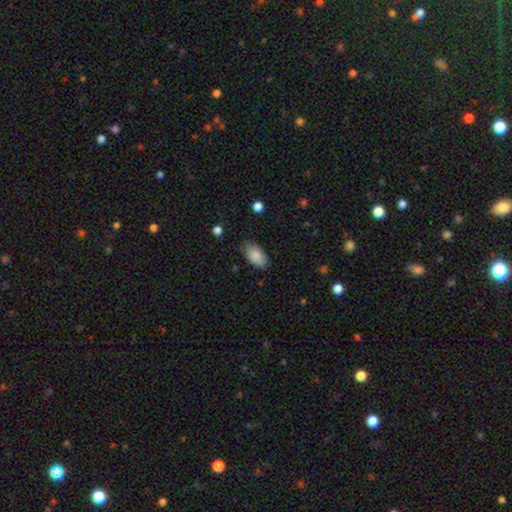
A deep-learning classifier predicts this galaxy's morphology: Overall: smooth (88%). How rounded: in between (94%). Merging: none (75%).